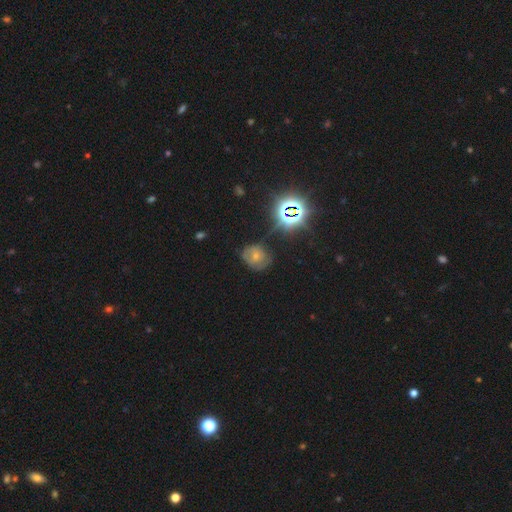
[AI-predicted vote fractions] Q: Smooth or featured?
A: smooth (40%); runner-up: featured or disk (36%)
Q: Merging?
A: none (59%); runner-up: minor disturbance (27%)